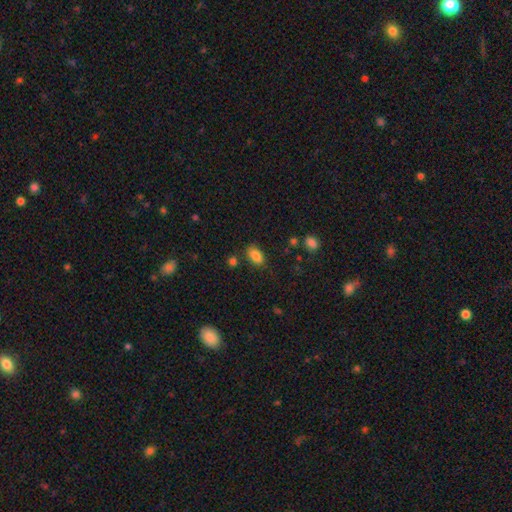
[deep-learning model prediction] Smooth or featured? Predicted: smooth (p=0.85). How rounded? Predicted: in between (p=0.91). Merging? Predicted: none (p=0.74).